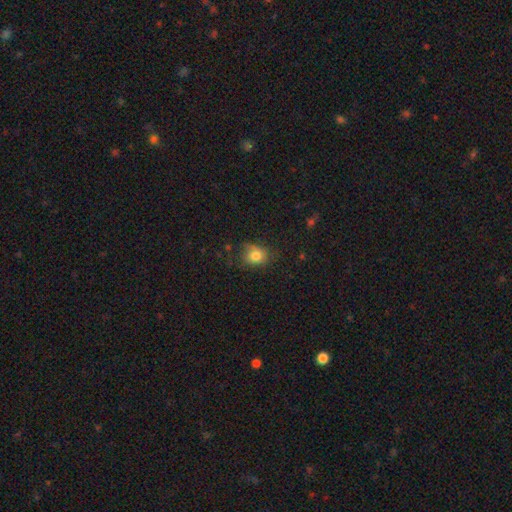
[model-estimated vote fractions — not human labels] Overall: smooth (79%). How rounded: round (55%; in between 44%). Merging: none (62%; minor disturbance 26%).